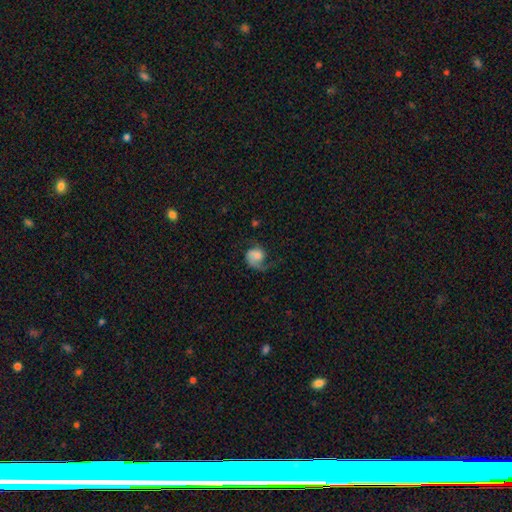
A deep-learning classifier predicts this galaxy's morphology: This appears to be a featured or disk galaxy (58%) with no bar (71%), 1 (69%) loose (47%) spiral arms (91%) and a moderate central bulge (30%). Merging: none (41%).